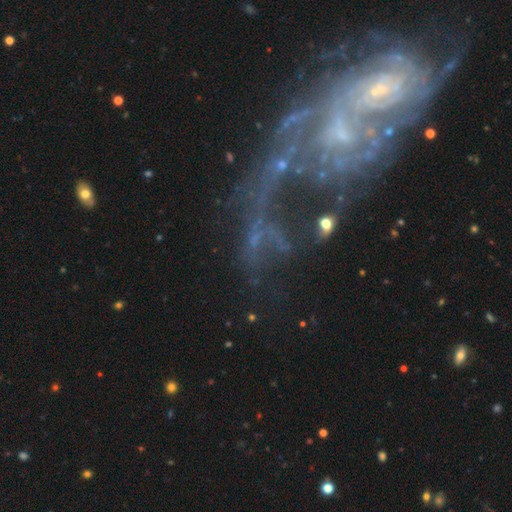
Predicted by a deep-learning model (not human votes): Overall: featured or disk (56%; star or artifact 28%). Edge-on disk: no (91%). Bar: no (64%). Spiral arms: yes (55%; no 45%). Bulge size: small (38%; none 37%). Merging: major disturbance (36%; none 35%).